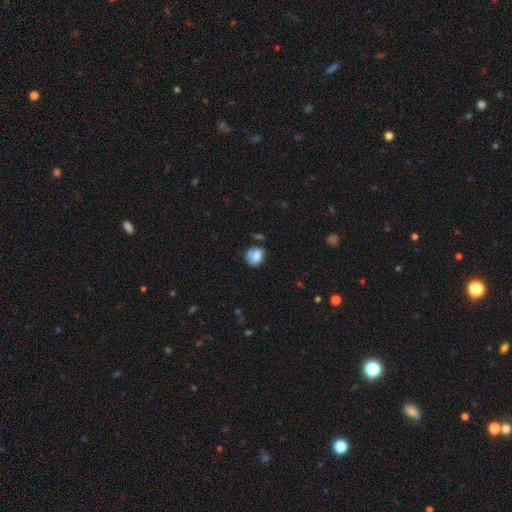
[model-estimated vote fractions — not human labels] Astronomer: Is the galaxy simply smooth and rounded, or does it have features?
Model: smooth — 77%.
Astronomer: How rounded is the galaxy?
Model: round — 65%.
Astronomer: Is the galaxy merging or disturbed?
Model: none — 53% (runner-up: minor disturbance, 29%).